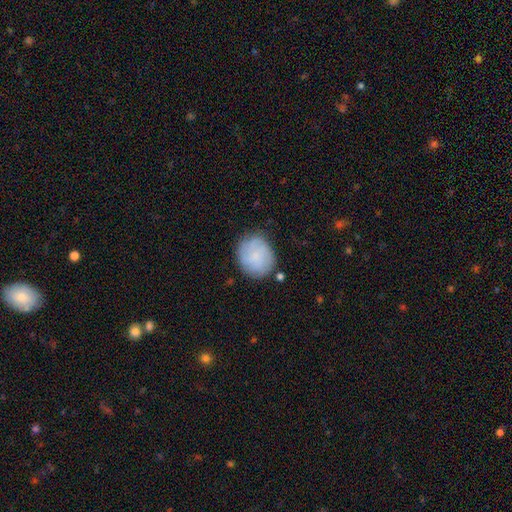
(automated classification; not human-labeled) This appears to be a smooth galaxy with no disk features (62%) that is round (71%). Merging: none (74%).